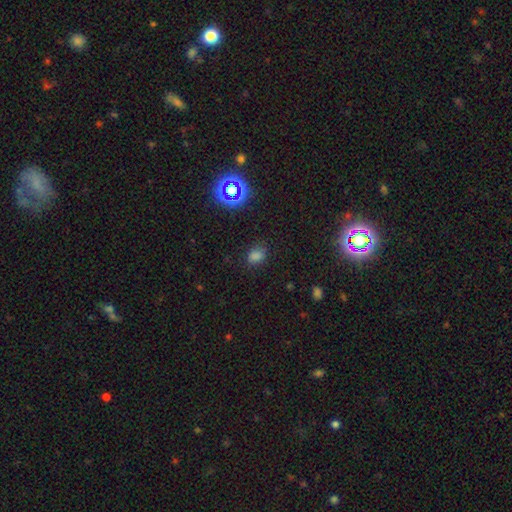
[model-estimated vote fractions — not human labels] smooth-or-featured: smooth: 71% | star or artifact: 23% | featured or disk: 6%
  how-rounded: in between: 70% | round: 28% | cigar-shaped: 2%
  merging: none: 76% | minor disturbance: 17% | major disturbance: 5% | merger: 2%